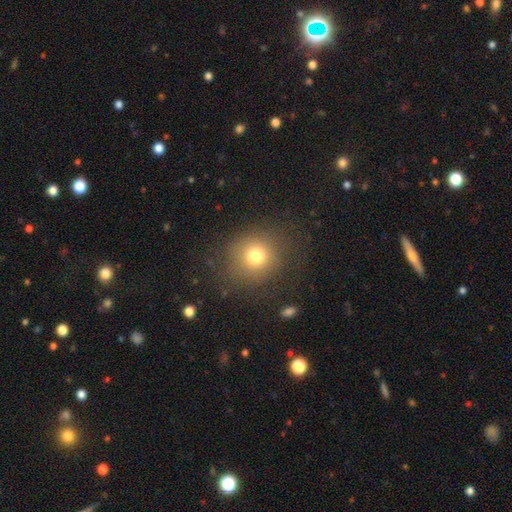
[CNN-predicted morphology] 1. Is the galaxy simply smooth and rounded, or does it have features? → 75% smooth, 15% star or artifact, 10% featured or disk.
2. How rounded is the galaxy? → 88% round, 11% in between, 1% cigar-shaped.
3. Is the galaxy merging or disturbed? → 81% none, 10% minor disturbance, 7% major disturbance, 1% merger.